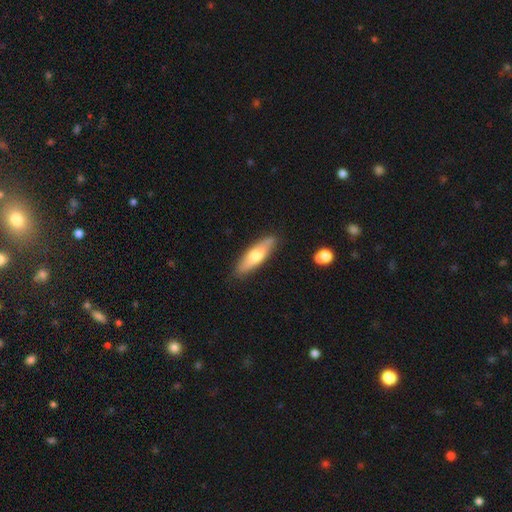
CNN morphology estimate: type=smooth (61%); roundness=cigar-shaped (62%); merging=none (85%).